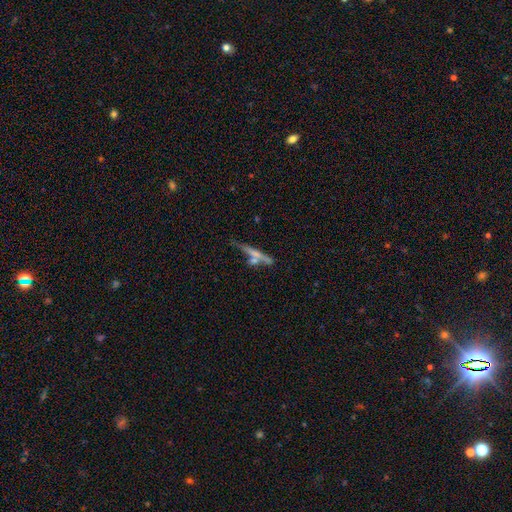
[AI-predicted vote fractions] Smooth or featured? smooth (48%)
Merging? none (47%)